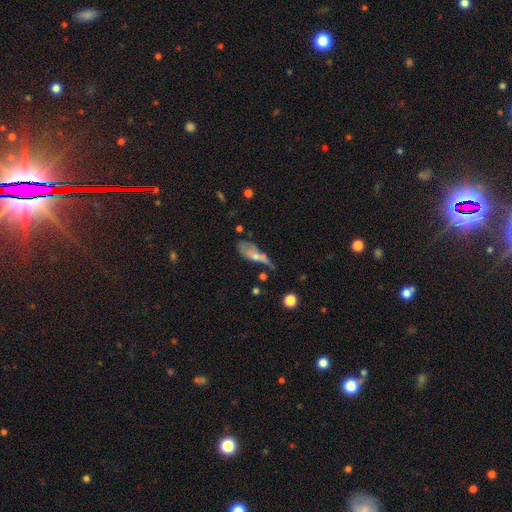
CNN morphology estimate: Smooth or featured? Predicted: smooth (p=0.53). How rounded? Predicted: in between (p=0.62). Merging? Predicted: major disturbance (p=0.31).